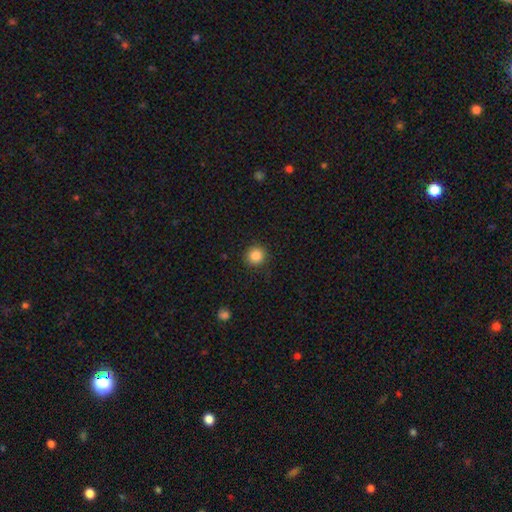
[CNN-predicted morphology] The model was most divided on "smooth or featured": smooth: 85%, star or artifact: 11%, featured or disk: 4%. More confident: how rounded — round (94%); merging — none (91%).